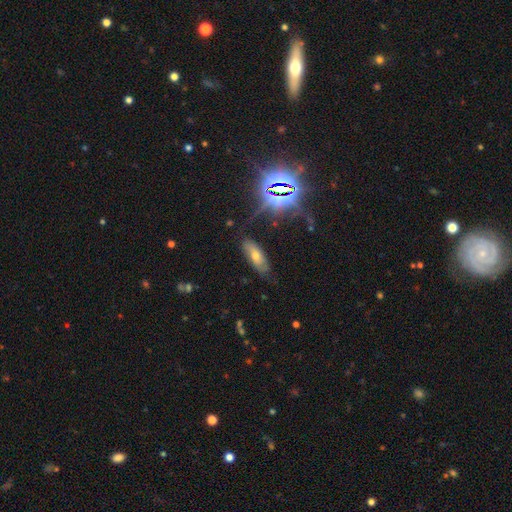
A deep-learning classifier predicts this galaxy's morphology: type=smooth (39%); merging=none (74%).